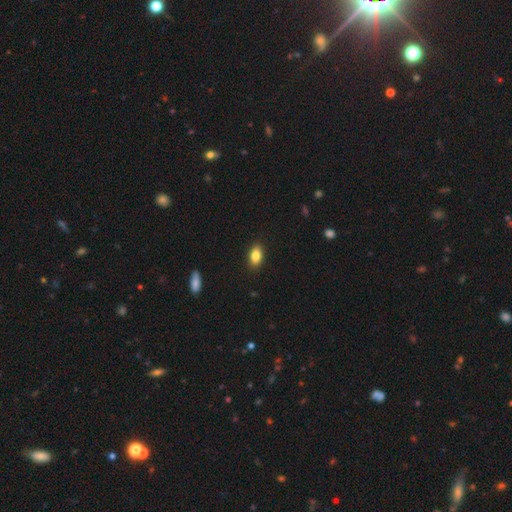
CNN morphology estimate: smooth 84%, star or artifact 8%, featured or disk 8%. Down the decision tree: how rounded — in between (89%); merging — none (89%).